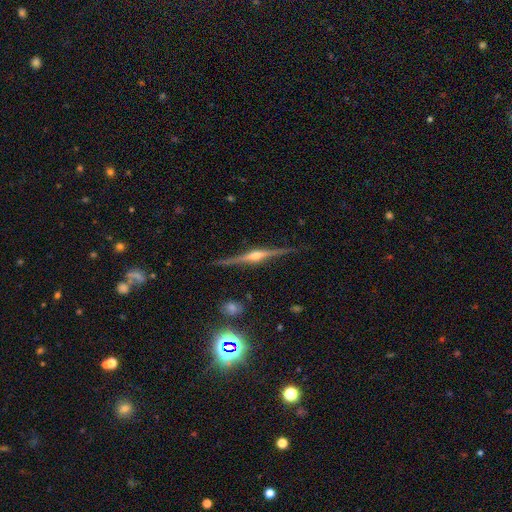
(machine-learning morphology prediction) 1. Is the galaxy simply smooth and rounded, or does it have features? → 86% featured or disk, 8% smooth, 6% star or artifact.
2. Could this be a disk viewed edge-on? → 98% yes, 2% no.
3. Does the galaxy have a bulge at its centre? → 91% rounded, 6% boxy, 3% none.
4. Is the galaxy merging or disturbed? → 88% none, 9% minor disturbance, 2% major disturbance, 1% merger.